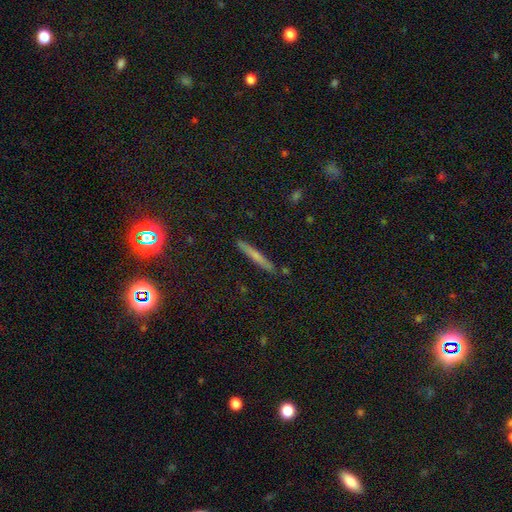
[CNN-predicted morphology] The model was most divided on "smooth or featured": smooth: 56%, featured or disk: 33%, star or artifact: 12%. More confident: how rounded — cigar-shaped (94%); merging — none (88%).